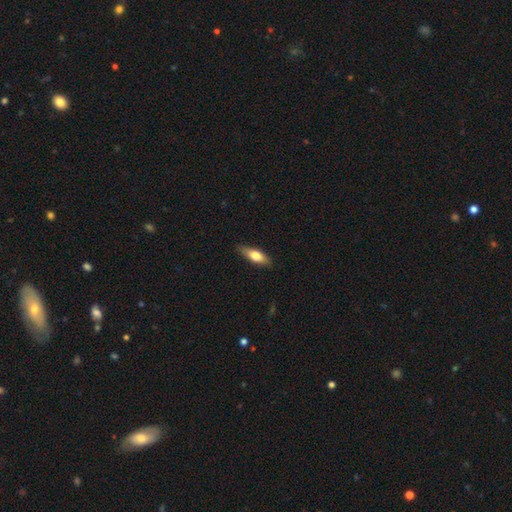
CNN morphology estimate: This is likely a smooth galaxy (67%). How rounded: possibly in between (56%). Merging: clearly none (83%).